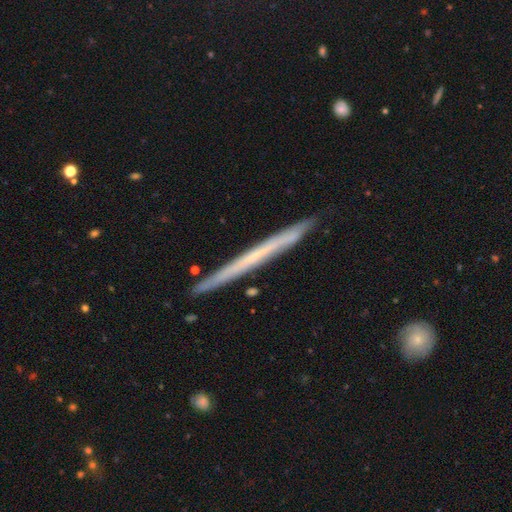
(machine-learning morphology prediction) Overall: featured or disk (58%; smooth 36%). Edge-on disk: yes (97%). Edge-on bulge: none (90%). Merging: none (90%).